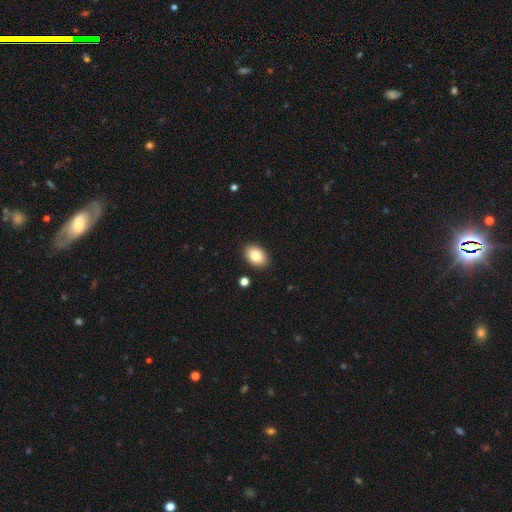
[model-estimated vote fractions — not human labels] Overall: smooth (85%). How rounded: in between (81%). Merging: none (89%).